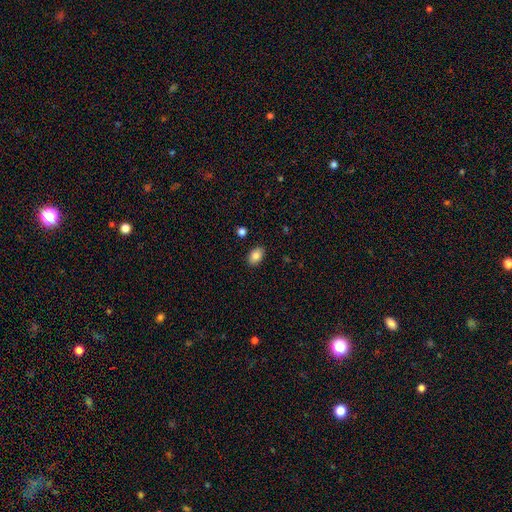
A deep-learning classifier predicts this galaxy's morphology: Overall: smooth (86%). How rounded: in between (85%). Merging: none (87%).